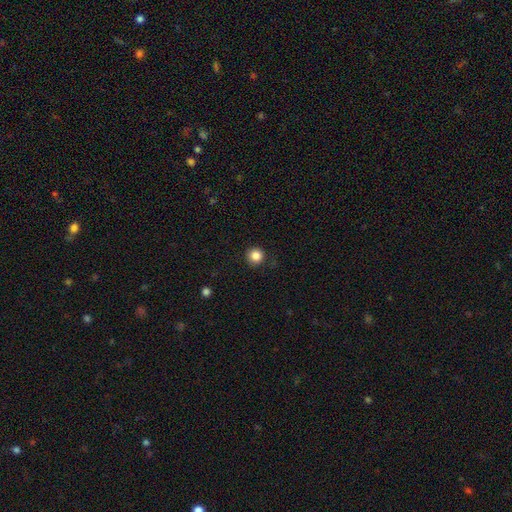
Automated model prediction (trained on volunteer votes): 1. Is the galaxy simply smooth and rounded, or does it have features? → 85% smooth, 11% star or artifact, 4% featured or disk.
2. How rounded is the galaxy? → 95% round, 4% in between, 1% cigar-shaped.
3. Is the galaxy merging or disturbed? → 90% none, 7% minor disturbance, 2% major disturbance, 1% merger.